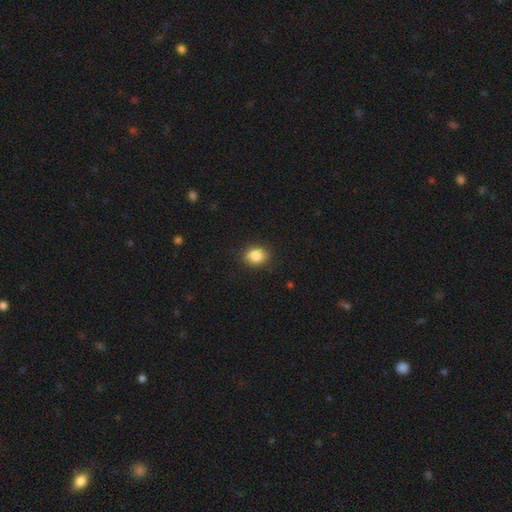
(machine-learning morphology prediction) Smooth or featured? Predicted: smooth (p=0.86). How rounded? Predicted: round (p=0.55). Merging? Predicted: none (p=0.88).